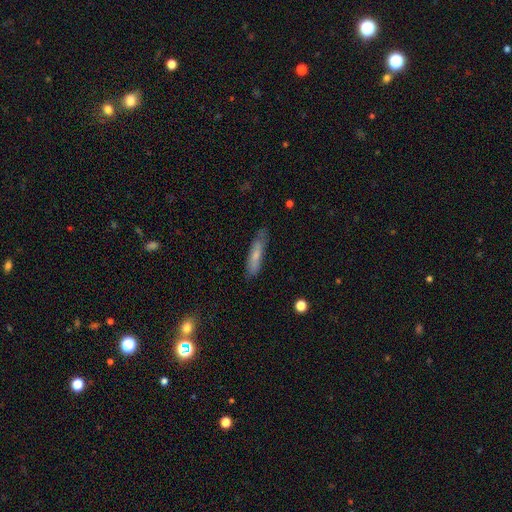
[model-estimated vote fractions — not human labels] This is likely a smooth galaxy (63%). How rounded: likely cigar-shaped (79%). Merging: likely none (74%).